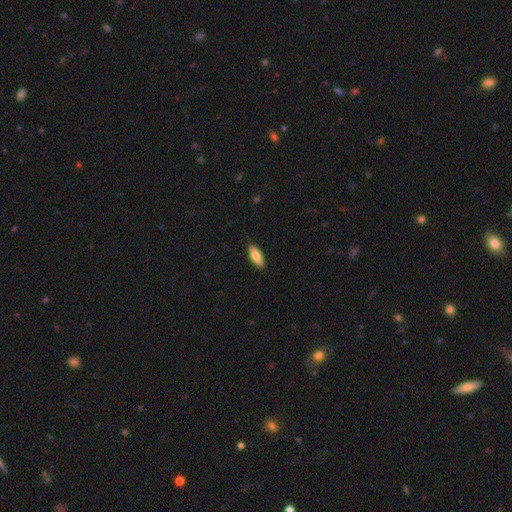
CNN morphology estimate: smooth-or-featured: smooth: 81% | featured or disk: 14% | star or artifact: 6%
  how-rounded: in between: 64% | cigar-shaped: 34% | round: 2%
  merging: none: 89% | minor disturbance: 9% | major disturbance: 2% | merger: 1%